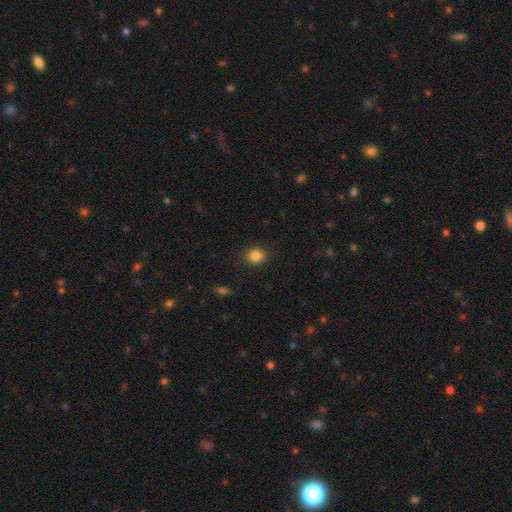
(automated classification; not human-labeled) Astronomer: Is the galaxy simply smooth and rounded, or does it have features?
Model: smooth — 85%.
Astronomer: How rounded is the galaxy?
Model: round — 77%.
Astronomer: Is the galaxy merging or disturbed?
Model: none — 89%.